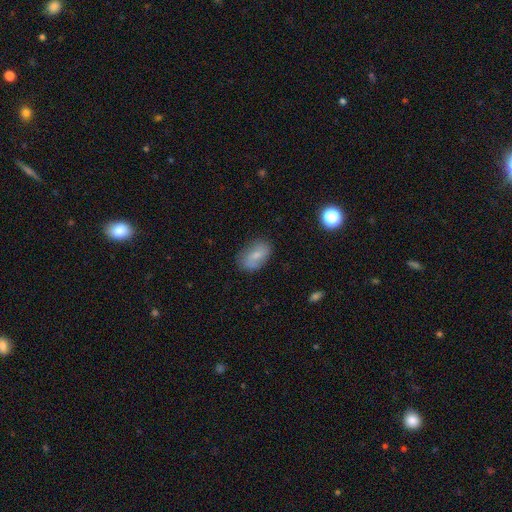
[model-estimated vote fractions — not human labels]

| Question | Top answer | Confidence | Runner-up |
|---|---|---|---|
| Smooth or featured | smooth | 66% | featured or disk (25%) |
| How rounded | in between | 87% | round (11%) |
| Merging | none | 74% | minor disturbance (19%) |